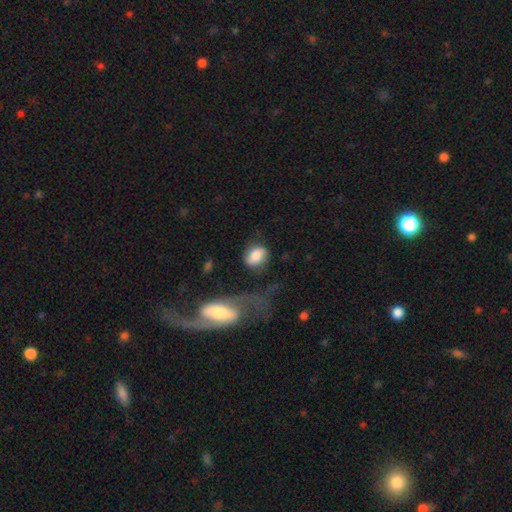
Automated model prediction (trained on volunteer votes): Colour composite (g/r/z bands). It shows a smooth galaxy with no disk features (69%) that is in between round and cigar-shaped (69%). Merging: none (63%).